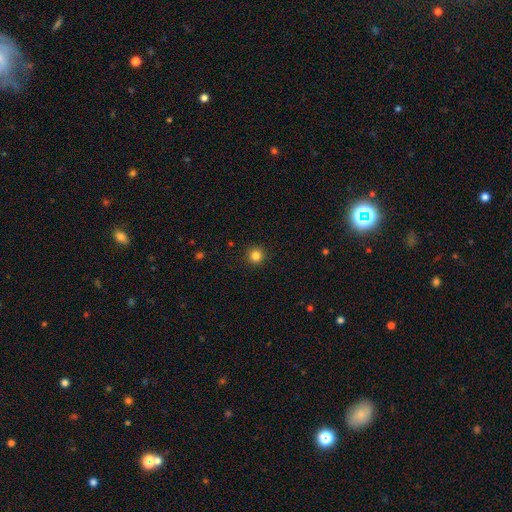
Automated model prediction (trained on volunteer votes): Smooth or featured?
  - smooth: 83% *
  - star or artifact: 12%
  - featured or disk: 4%
How rounded?
  - round: 95% *
  - in between: 4%
  - cigar-shaped: 1%
Merging?
  - none: 92% *
  - minor disturbance: 5%
  - major disturbance: 2%
  - merger: 1%